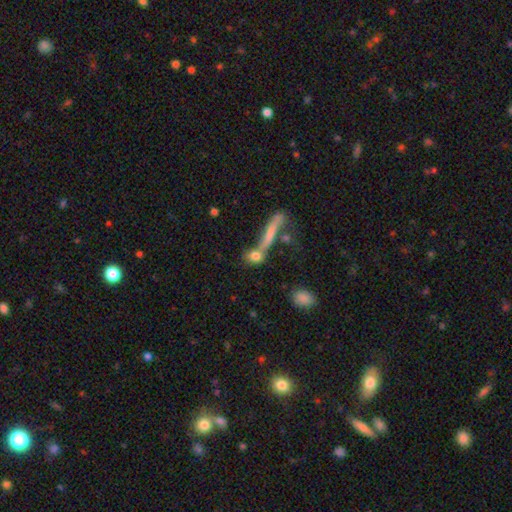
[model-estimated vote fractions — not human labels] A smooth galaxy with no disk features (73%) that is round (39%). Merging: none (43%).